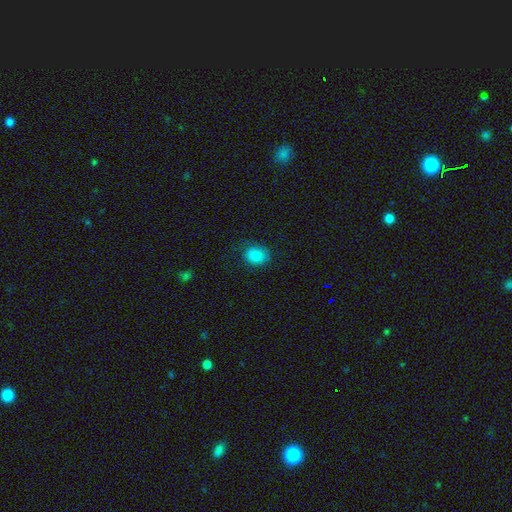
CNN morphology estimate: A smooth galaxy with no disk features (86%) that is round (50%). Merging: none (78%).